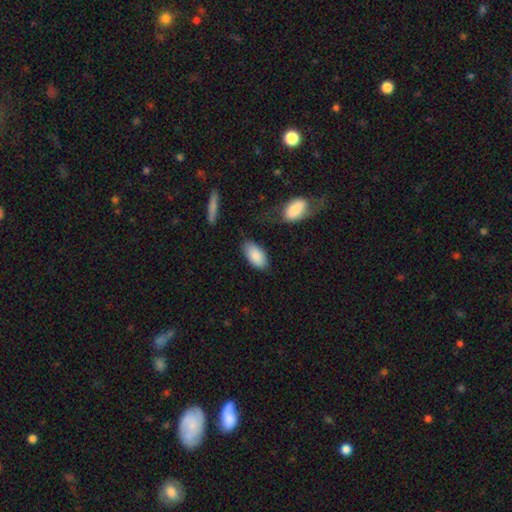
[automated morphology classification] The model was most divided on "merging": none: 76%, minor disturbance: 16%, major disturbance: 4%, merger: 4%. More confident: how rounded — in between (94%); smooth or featured — smooth (88%).